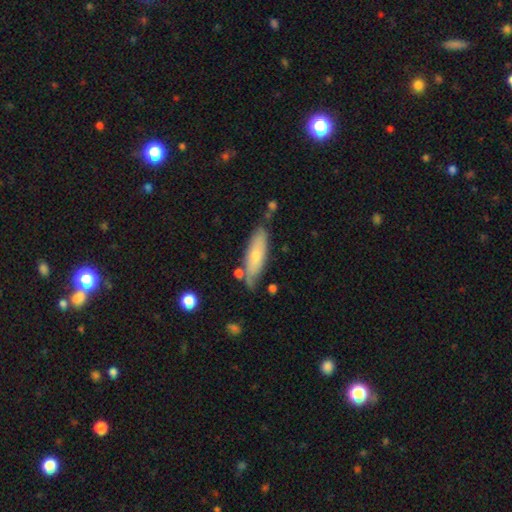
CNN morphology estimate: smooth_or_featured: smooth (p=0.63) [alt: featured or disk p=0.31]
how_rounded: cigar-shaped (p=0.51) [alt: in between p=0.47]
merging: none (p=0.68) [alt: minor disturbance p=0.21]